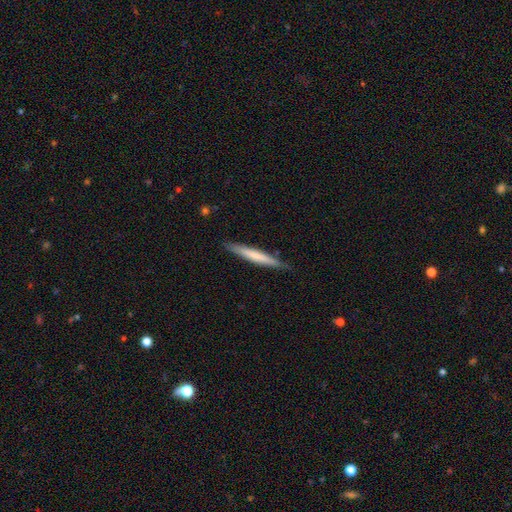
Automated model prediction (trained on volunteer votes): Q: Smooth or featured?
A: smooth (60%); runner-up: featured or disk (35%)
Q: How rounded?
A: cigar-shaped (96%); runner-up: in between (3%)
Q: Merging?
A: none (87%); runner-up: minor disturbance (10%)